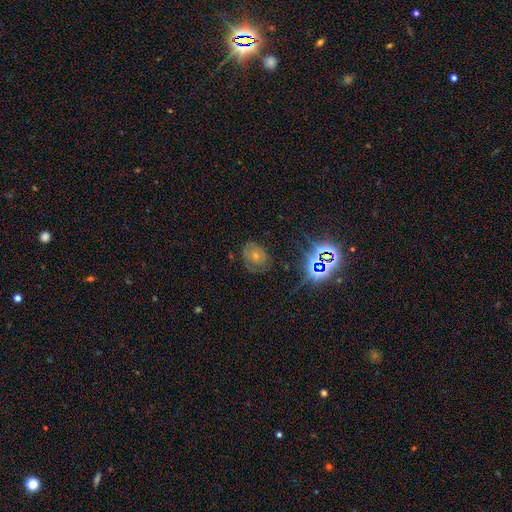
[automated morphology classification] Smooth or featured? smooth (41%)
Merging? none (60%)